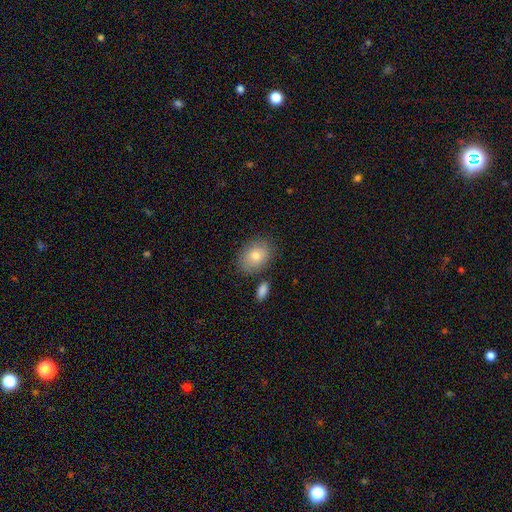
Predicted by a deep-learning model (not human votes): A smooth galaxy with no disk features (80%) that is in between round and cigar-shaped (77%).

Vote fractions:
- Smooth or featured? smooth: 80% / featured or disk: 12% / star or artifact: 8%
- How rounded? in between: 77% / round: 22% / cigar-shaped: 1%
- Merging? none: 80% / minor disturbance: 12% / merger: 6% / major disturbance: 3%